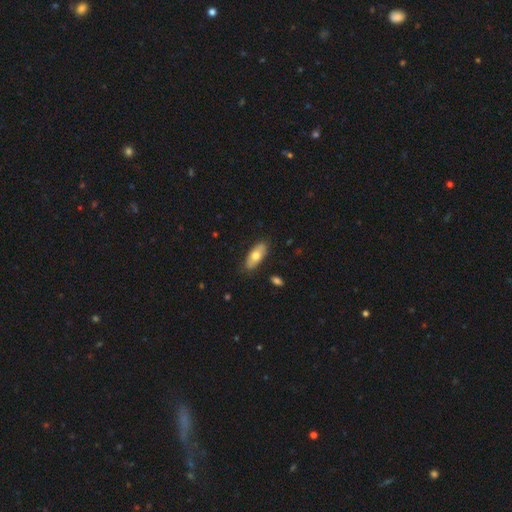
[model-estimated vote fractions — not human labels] smooth_or_featured: smooth (p=0.65) [alt: featured or disk p=0.29]
how_rounded: in between (p=0.82) [alt: cigar-shaped p=0.16]
merging: none (p=0.84) [alt: minor disturbance p=0.12]